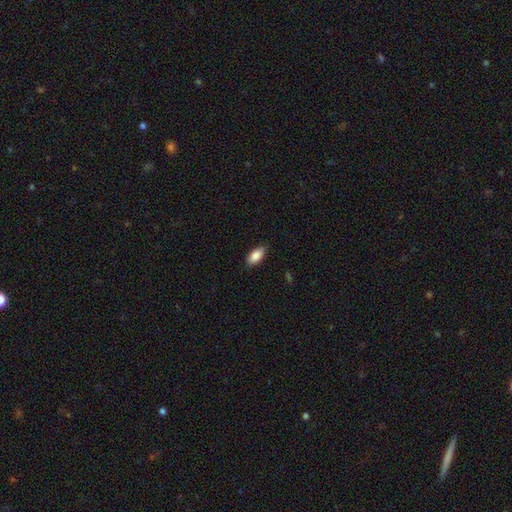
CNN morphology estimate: Overall: smooth (86%). How rounded: in between (91%). Merging: none (84%).